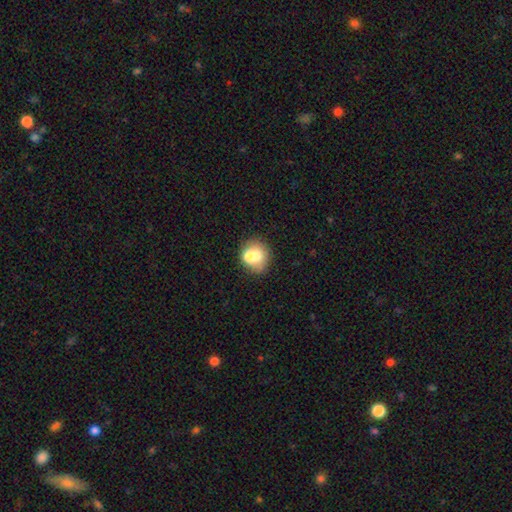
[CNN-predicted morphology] smooth-or-featured: smooth: 66% | featured or disk: 23% | star or artifact: 11%
  how-rounded: round: 67% | in between: 32% | cigar-shaped: 1%
  merging: none: 44% | merger: 34% | minor disturbance: 15% | major disturbance: 7%